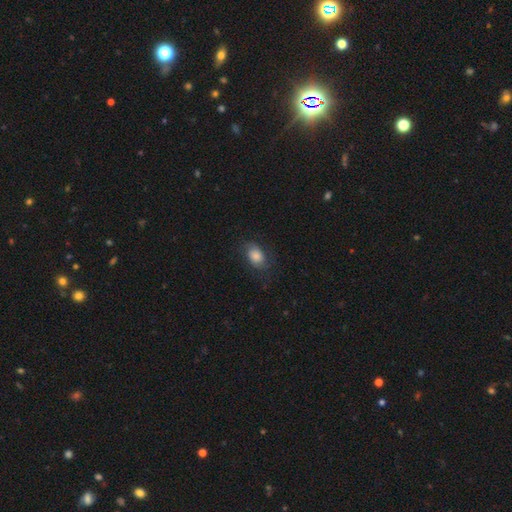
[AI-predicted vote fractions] Smooth or featured? Predicted: smooth (p=0.71). How rounded? Predicted: in between (p=0.76). Merging? Predicted: none (p=0.70).